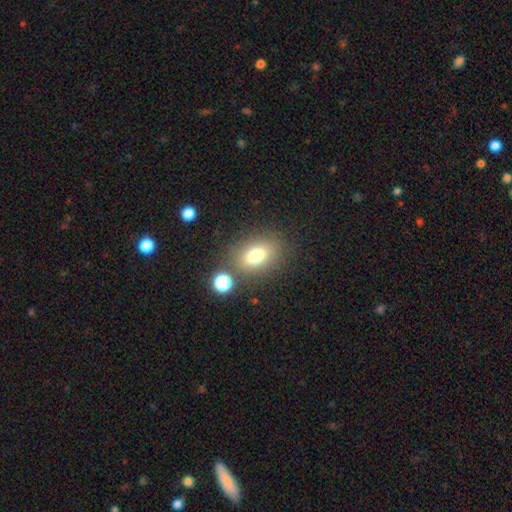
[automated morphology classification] Smooth or featured? smooth (75%)
How rounded? in between (73%)
Merging? none (77%)